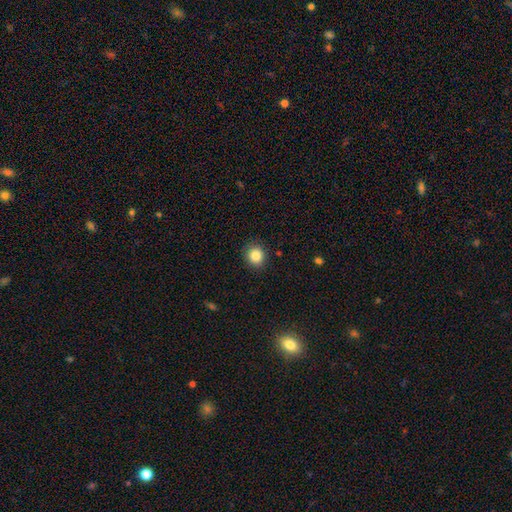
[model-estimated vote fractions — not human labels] A smooth galaxy with no disk features (85%) that is round (84%).

Vote fractions:
- Smooth or featured? smooth: 85% / star or artifact: 10% / featured or disk: 5%
- How rounded? round: 84% / in between: 15% / cigar-shaped: 1%
- Merging? none: 88% / minor disturbance: 8% / major disturbance: 2% / merger: 1%